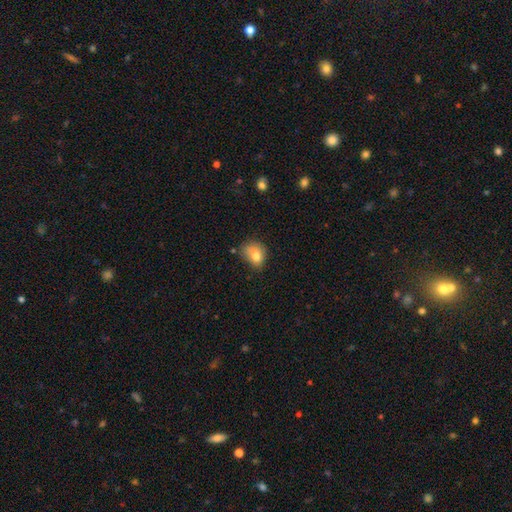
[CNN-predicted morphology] type=smooth (76%); roundness=in between (51%); merging=none (42%).